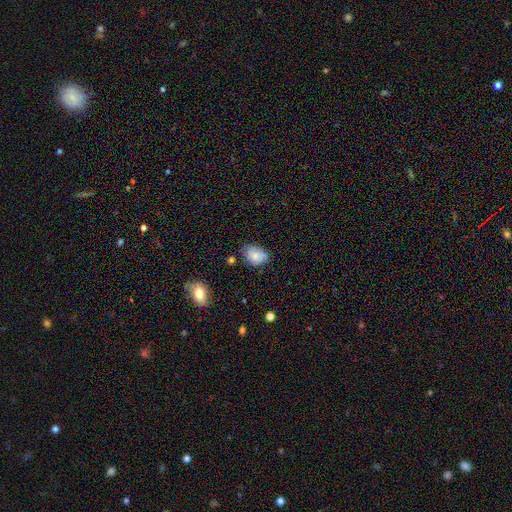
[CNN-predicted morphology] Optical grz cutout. It shows a smooth galaxy with no disk features (76%) that is in between round and cigar-shaped (75%). Merging: none (57%).